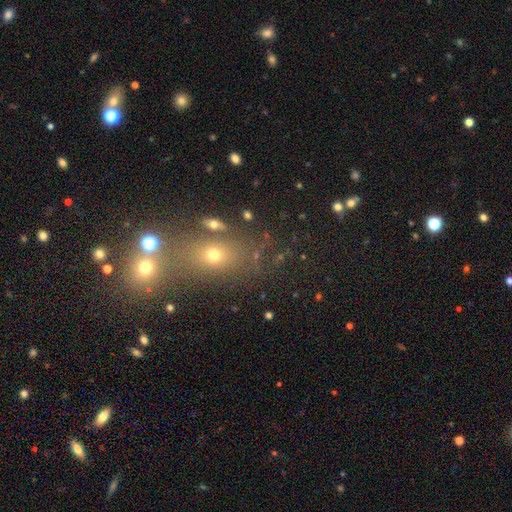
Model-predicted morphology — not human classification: Smooth or featured?
  - smooth: 49% *
  - star or artifact: 35%
  - featured or disk: 16%
Merging?
  - none: 60% *
  - merger: 21%
  - minor disturbance: 12%
  - major disturbance: 7%